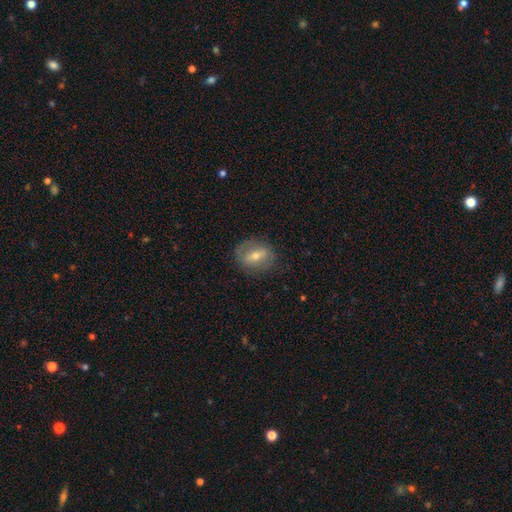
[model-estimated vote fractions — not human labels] Overall: featured or disk (48%; smooth 43%). Merging: none (78%).